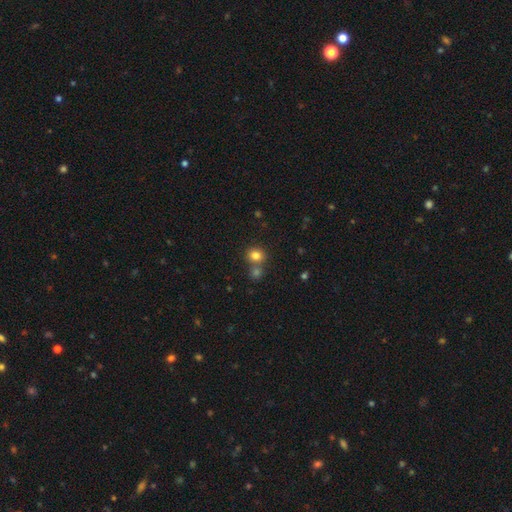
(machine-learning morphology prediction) smooth 80%, star or artifact 13%, featured or disk 7%. Down the decision tree: how rounded — round (77%); merging — none (59%).